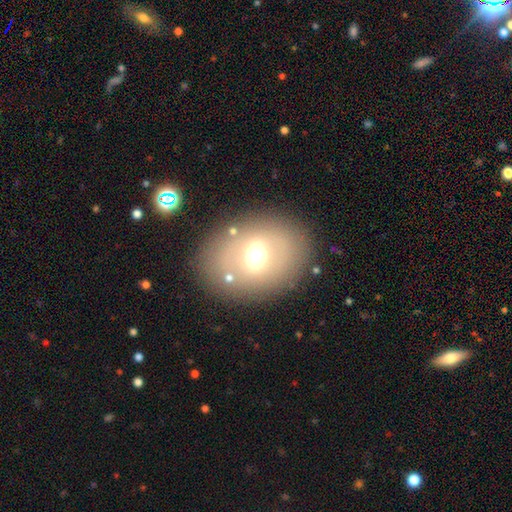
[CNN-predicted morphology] A smooth galaxy with no disk features (50%). Merging: none (81%).